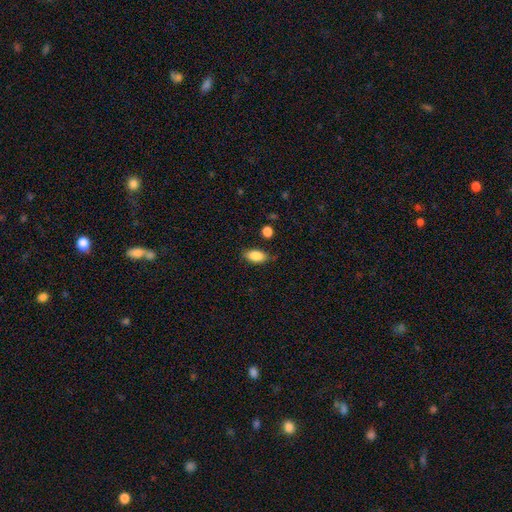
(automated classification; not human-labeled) smooth 87%, star or artifact 7%, featured or disk 6%. Down the decision tree: how rounded — in between (90%); merging — none (76%).